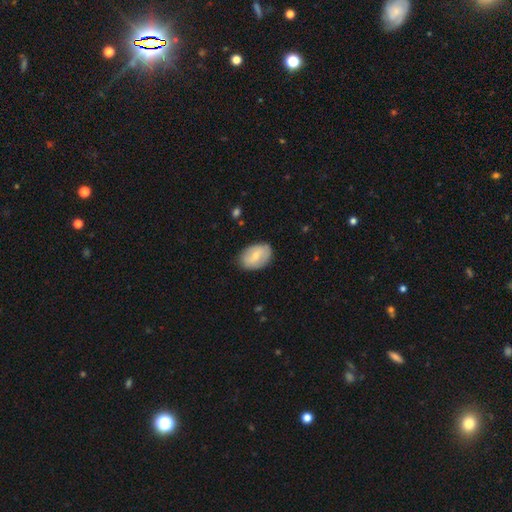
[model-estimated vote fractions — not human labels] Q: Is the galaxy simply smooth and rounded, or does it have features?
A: smooth — 62%.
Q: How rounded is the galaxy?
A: in between — 85%.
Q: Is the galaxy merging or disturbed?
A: none — 80%.